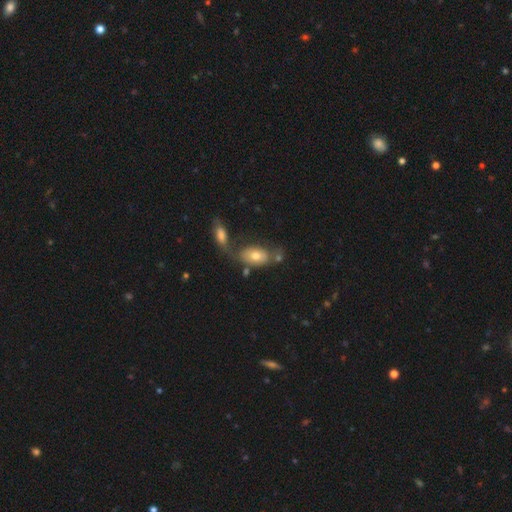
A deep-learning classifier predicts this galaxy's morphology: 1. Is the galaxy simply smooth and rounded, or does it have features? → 70% smooth, 22% featured or disk, 8% star or artifact.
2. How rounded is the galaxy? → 90% in between, 7% round, 3% cigar-shaped.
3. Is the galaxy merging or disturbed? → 41% none, 36% merger, 15% minor disturbance, 8% major disturbance.